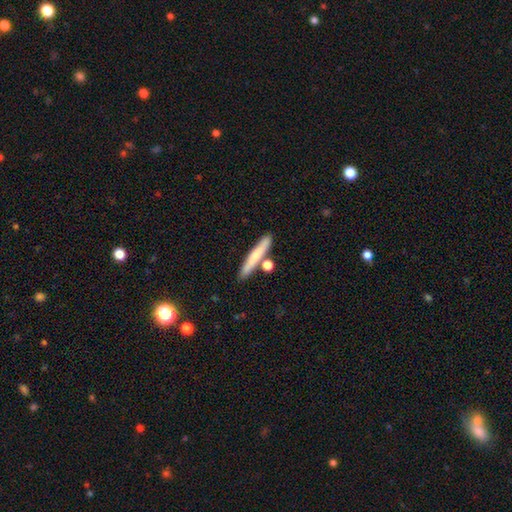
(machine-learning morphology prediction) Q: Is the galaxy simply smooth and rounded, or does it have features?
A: smooth — 67%.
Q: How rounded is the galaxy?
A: cigar-shaped — 90%.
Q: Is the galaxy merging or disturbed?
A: none — 77%.